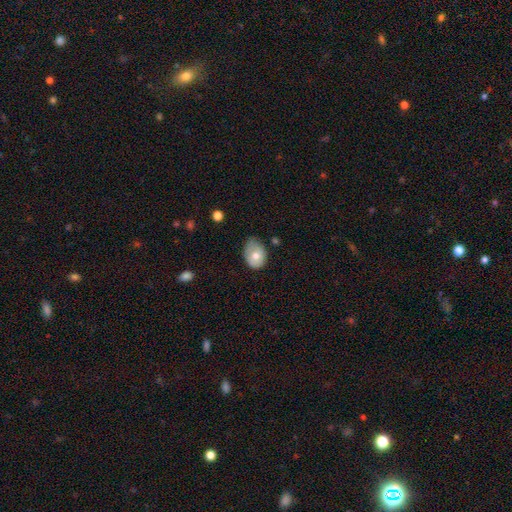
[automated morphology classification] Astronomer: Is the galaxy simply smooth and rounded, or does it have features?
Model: smooth — 71%.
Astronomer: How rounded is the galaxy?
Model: in between — 69%.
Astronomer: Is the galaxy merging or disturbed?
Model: minor disturbance — 44% (runner-up: none, 42%).